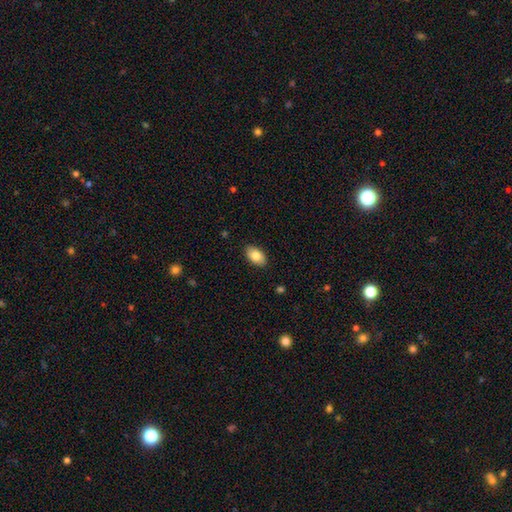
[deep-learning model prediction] The model was most divided on "smooth or featured": smooth: 83%, featured or disk: 11%, star or artifact: 7%. More confident: how rounded — in between (93%); merging — none (89%).